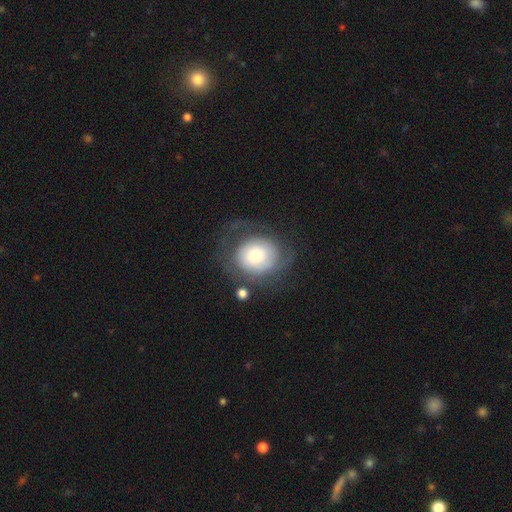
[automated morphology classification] Smooth or featured: smooth — 48% (featured or disk — 43%)
Merging: none — 52% (major disturbance — 23%)